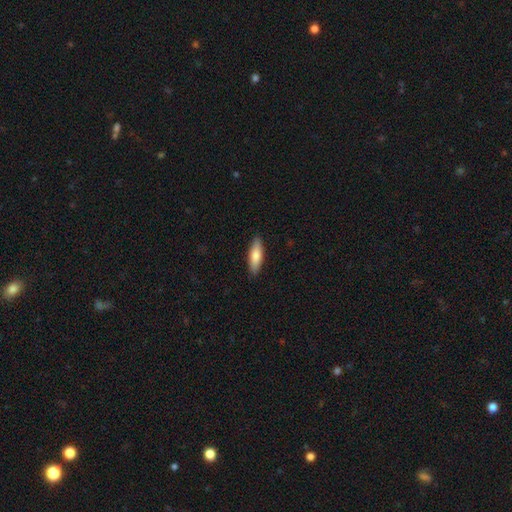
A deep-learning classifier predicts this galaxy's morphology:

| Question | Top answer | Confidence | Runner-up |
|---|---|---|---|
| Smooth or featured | smooth | 77% | featured or disk (18%) |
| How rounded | cigar-shaped | 53% | in between (45%) |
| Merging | none | 90% | minor disturbance (8%) |